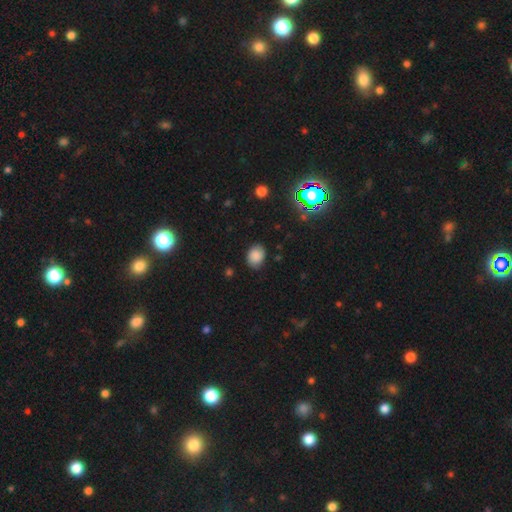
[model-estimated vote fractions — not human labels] Overall: smooth (80%). How rounded: in between (59%; round 40%). Merging: none (80%).